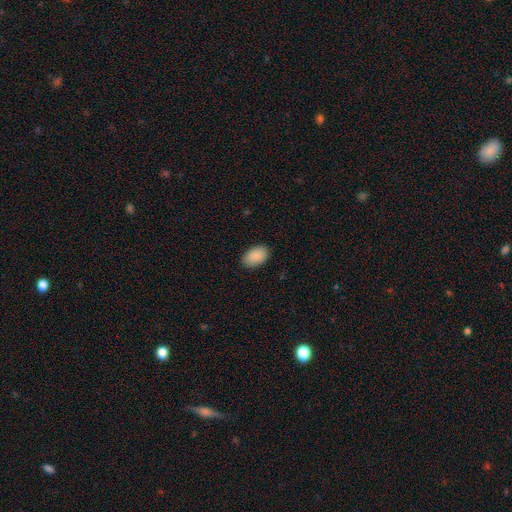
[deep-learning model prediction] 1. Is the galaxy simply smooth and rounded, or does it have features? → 91% smooth, 6% star or artifact, 3% featured or disk.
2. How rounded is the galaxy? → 93% in between, 5% round, 1% cigar-shaped.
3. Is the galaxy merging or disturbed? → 88% none, 9% minor disturbance, 2% major disturbance, 1% merger.